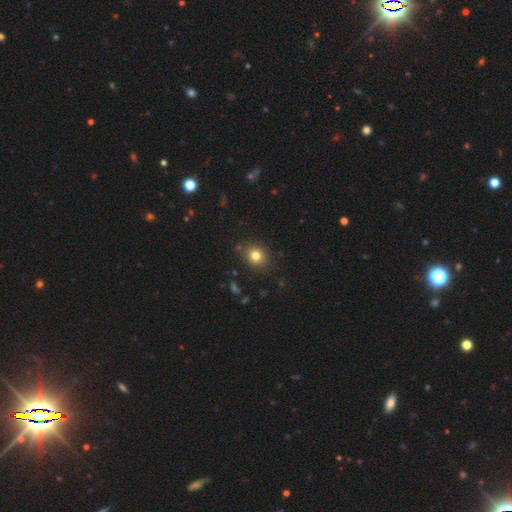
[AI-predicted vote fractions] A smooth galaxy with no disk features (79%) that is round (75%). Merging: none (86%).